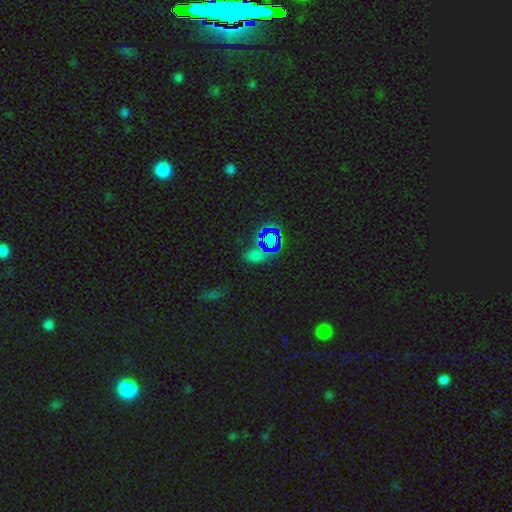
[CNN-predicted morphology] Overall: star or artifact (52%; smooth 38%).